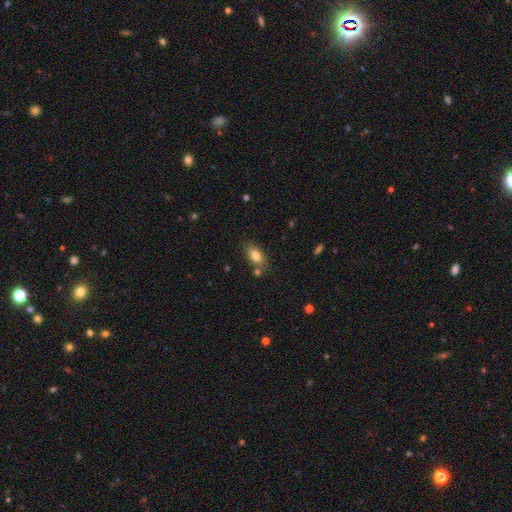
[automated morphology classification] A smooth galaxy with no disk features (80%) that is in between round and cigar-shaped (88%).

Vote fractions:
- Smooth or featured? smooth: 80% / featured or disk: 11% / star or artifact: 8%
- How rounded? in between: 88% / round: 7% / cigar-shaped: 5%
- Merging? none: 74% / minor disturbance: 13% / merger: 9% / major disturbance: 3%